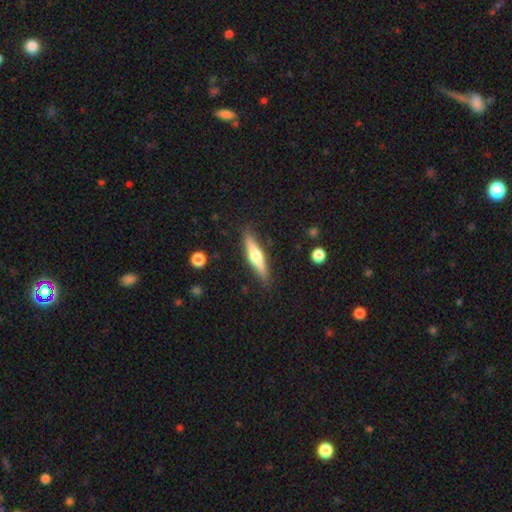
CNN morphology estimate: Smooth or featured?
  - featured or disk: 56% *
  - smooth: 38%
  - star or artifact: 6%
Edge-on disk?
  - yes: 96% *
  - no: 4%
Edge-on bulge?
  - rounded: 90% *
  - boxy: 5%
  - none: 5%
Merging?
  - none: 87% *
  - minor disturbance: 9%
  - major disturbance: 2%
  - merger: 1%